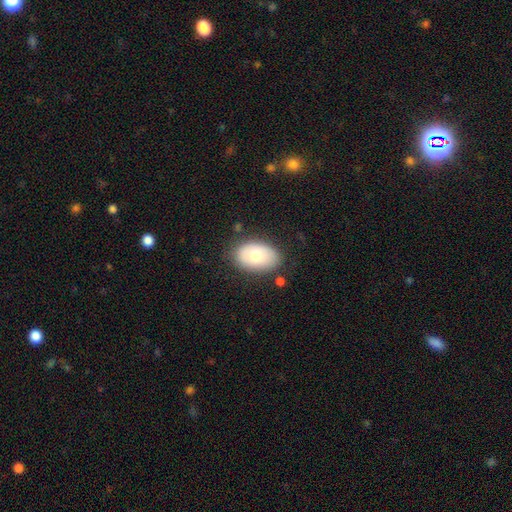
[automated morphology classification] A smooth galaxy with no disk features (72%) that is in between round and cigar-shaped (89%).

Vote fractions:
- Smooth or featured? smooth: 72% / featured or disk: 21% / star or artifact: 7%
- How rounded? in between: 89% / round: 10% / cigar-shaped: 1%
- Merging? none: 78% / minor disturbance: 16% / major disturbance: 4% / merger: 3%